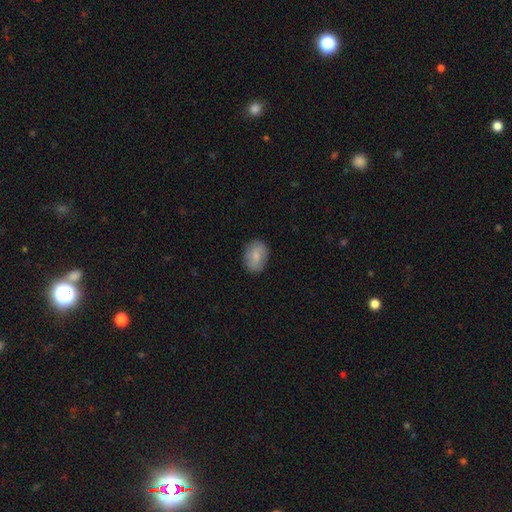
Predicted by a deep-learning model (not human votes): The model was most divided on "how rounded": in between: 71%, round: 28%, cigar-shaped: 1%. More confident: merging — none (84%); smooth or featured — smooth (78%).